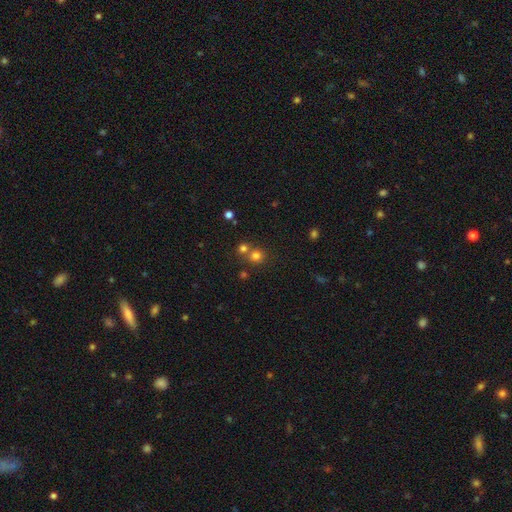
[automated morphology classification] Q: Smooth or featured?
A: smooth (75%); runner-up: star or artifact (18%)
Q: How rounded?
A: round (88%); runner-up: in between (11%)
Q: Merging?
A: none (59%); runner-up: merger (32%)